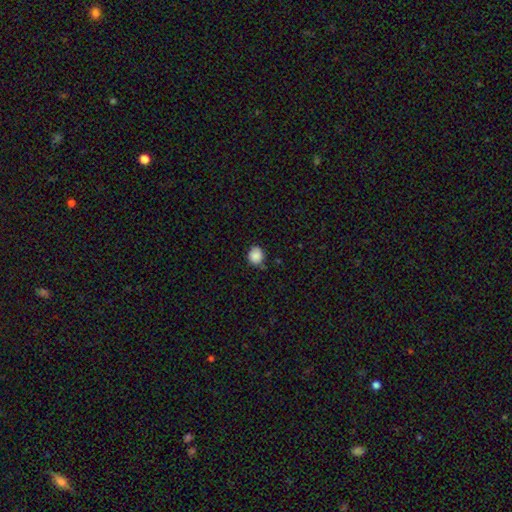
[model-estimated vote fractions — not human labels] Morphology: type=smooth (87%); roundness=round (78%); merging=none (74%).